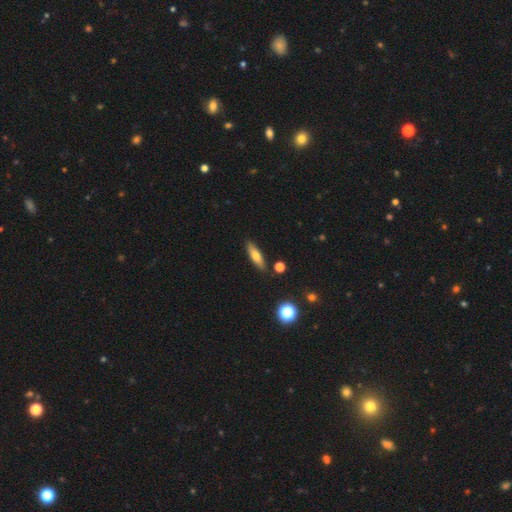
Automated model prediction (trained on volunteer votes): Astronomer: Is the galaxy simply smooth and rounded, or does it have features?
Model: smooth — 64%.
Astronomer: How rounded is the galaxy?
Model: cigar-shaped — 61% (runner-up: in between, 36%).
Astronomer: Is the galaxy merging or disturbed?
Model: none — 87%.